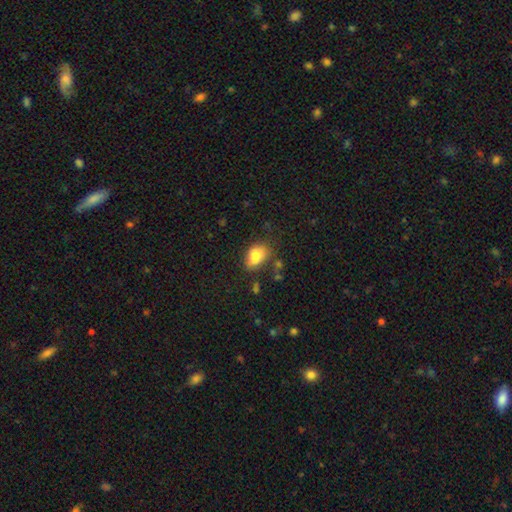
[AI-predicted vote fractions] smooth 77%, featured or disk 13%, star or artifact 10%. Down the decision tree: how rounded — in between (79%); merging — none (47%).